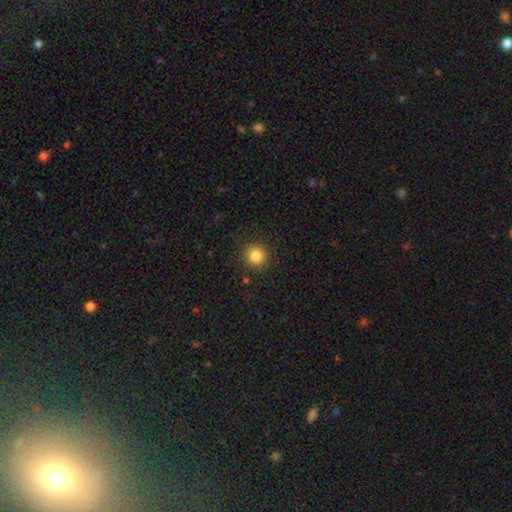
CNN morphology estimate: The model was most divided on "smooth or featured": smooth: 84%, star or artifact: 11%, featured or disk: 5%. More confident: how rounded — round (93%); merging — none (90%).